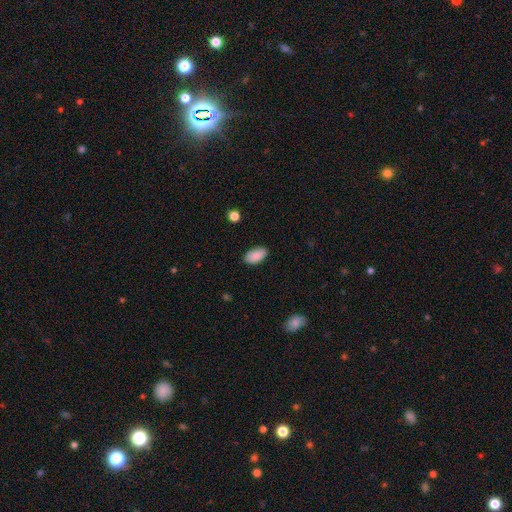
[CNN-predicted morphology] This appears to be a smooth galaxy with no disk features (88%) that is in between round and cigar-shaped (95%). Merging: none (86%).